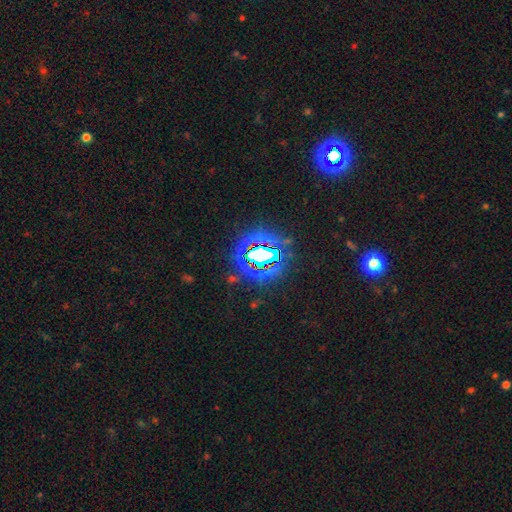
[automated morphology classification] A star or artifact, not a galaxy (76%).

Vote fractions:
- Smooth or featured? star or artifact: 76% / smooth: 14% / featured or disk: 10%